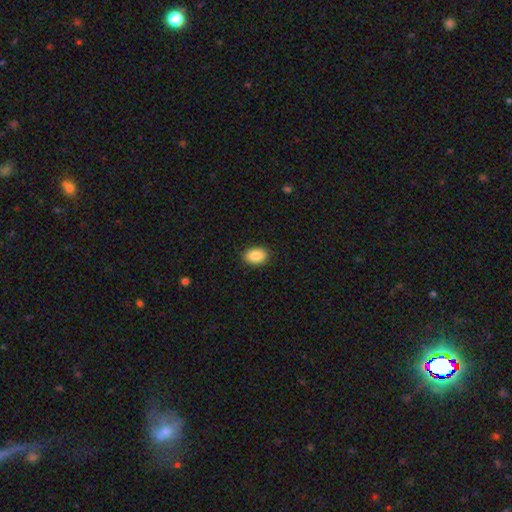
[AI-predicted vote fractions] This is clearly a smooth galaxy (88%). How rounded: clearly in between (85%). Merging: clearly none (89%).